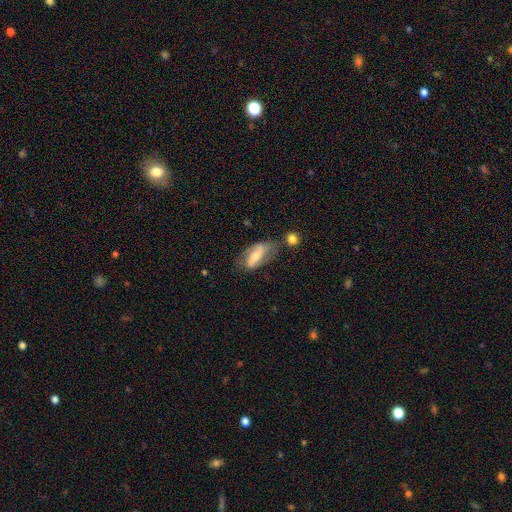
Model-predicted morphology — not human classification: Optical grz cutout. It shows a featured or disk galaxy (61%) with a strong bar (54%), spiral arms (78%) and a moderate central bulge (47%). Merging: none (54%).